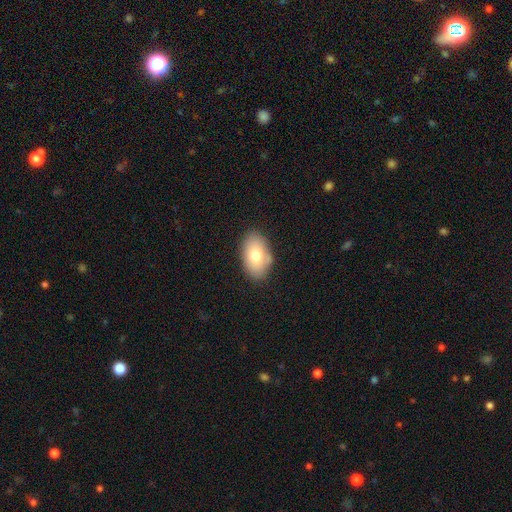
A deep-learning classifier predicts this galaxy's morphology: Q: Smooth or featured?
A: smooth (76%); runner-up: featured or disk (17%)
Q: How rounded?
A: in between (91%); runner-up: round (8%)
Q: Merging?
A: none (81%); runner-up: minor disturbance (14%)